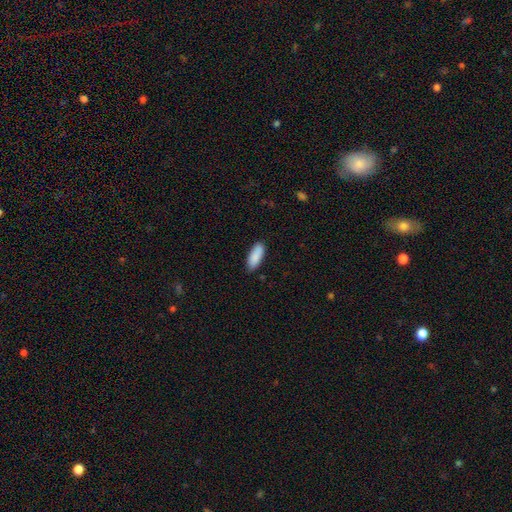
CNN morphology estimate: The model was most divided on "how rounded": in between: 74%, cigar-shaped: 25%, round: 2%. More confident: smooth or featured — smooth (90%); merging — none (86%).